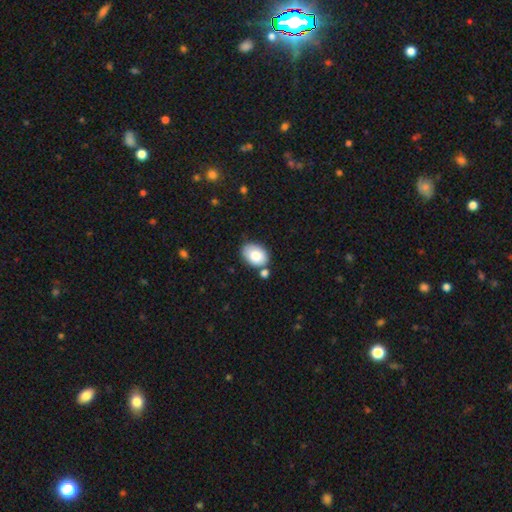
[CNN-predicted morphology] Smooth or featured? smooth (82%)
How rounded? in between (81%)
Merging? none (69%)